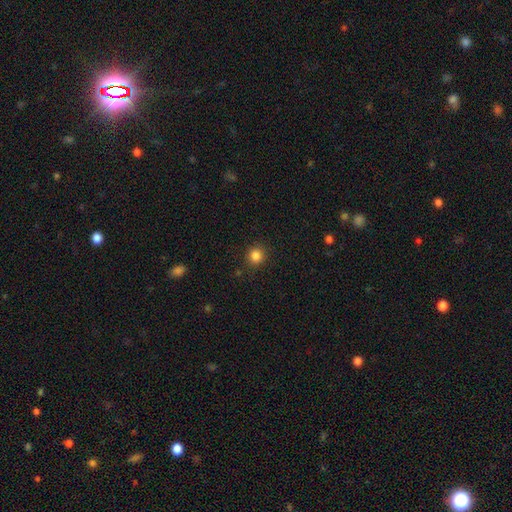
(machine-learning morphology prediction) smooth-or-featured: smooth: 85% | star or artifact: 11% | featured or disk: 4%
  how-rounded: round: 89% | in between: 10% | cigar-shaped: 1%
  merging: none: 88% | minor disturbance: 8% | major disturbance: 2% | merger: 1%